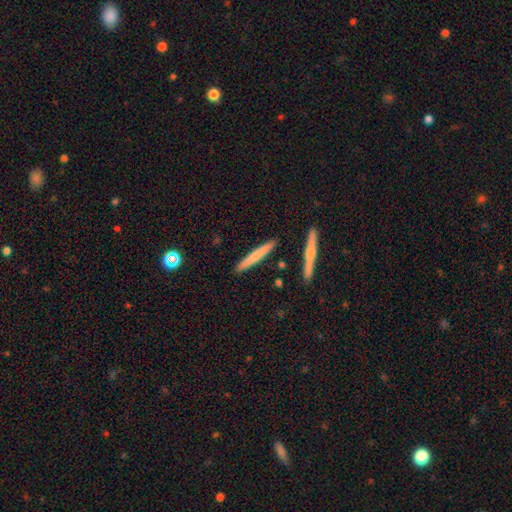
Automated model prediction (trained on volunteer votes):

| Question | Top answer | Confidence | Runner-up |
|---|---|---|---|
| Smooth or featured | smooth | 59% | featured or disk (35%) |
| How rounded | cigar-shaped | 95% | in between (3%) |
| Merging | none | 89% | minor disturbance (7%) |